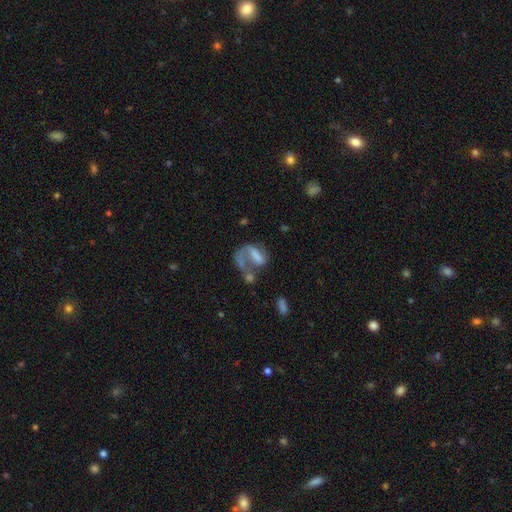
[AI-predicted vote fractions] Smooth or featured: featured or disk — 64% (smooth — 25%)
Edge-on disk: no — 96% (yes — 4%)
Bar: no — 42% (weak — 35%)
Spiral arms: yes — 72% (no — 28%)
Bulge size: none — 45% (small — 24%)
Merging: major disturbance — 39% (none — 27%)